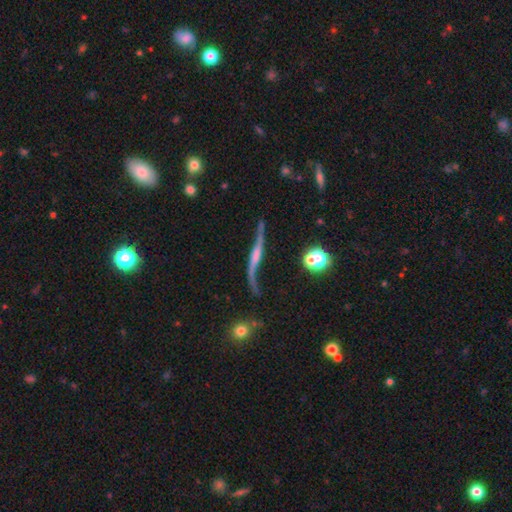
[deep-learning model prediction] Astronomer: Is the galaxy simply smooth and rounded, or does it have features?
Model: featured or disk — 81%.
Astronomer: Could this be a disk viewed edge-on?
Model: no — 58% (runner-up: yes, 42%).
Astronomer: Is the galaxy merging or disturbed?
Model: none — 58%.